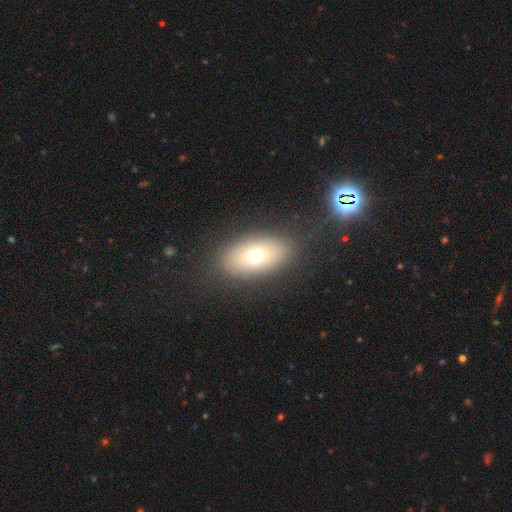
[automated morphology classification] smooth 67%, featured or disk 21%, star or artifact 12%. Down the decision tree: how rounded — in between (84%); merging — none (83%).